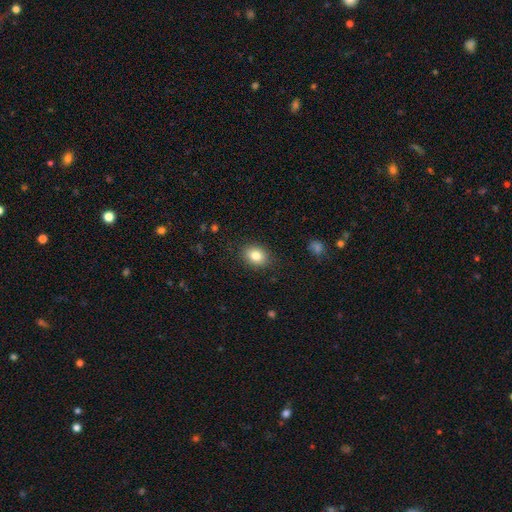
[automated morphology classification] Smooth or featured: smooth — 83% (star or artifact — 9%)
How rounded: in between — 58% (round — 41%)
Merging: none — 87% (minor disturbance — 10%)